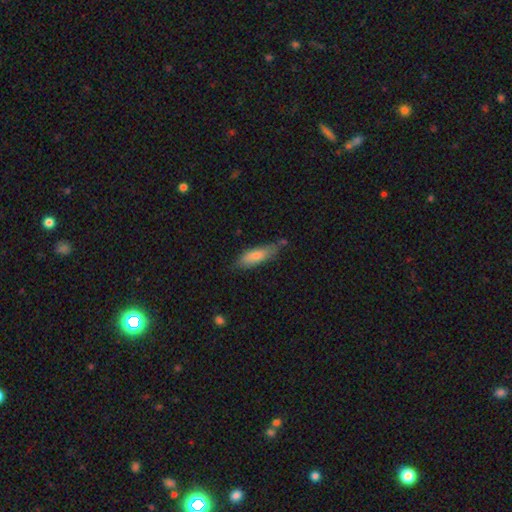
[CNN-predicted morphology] smooth 78%, featured or disk 16%, star or artifact 6%. Down the decision tree: how rounded — in between (57%); merging — none (61%).